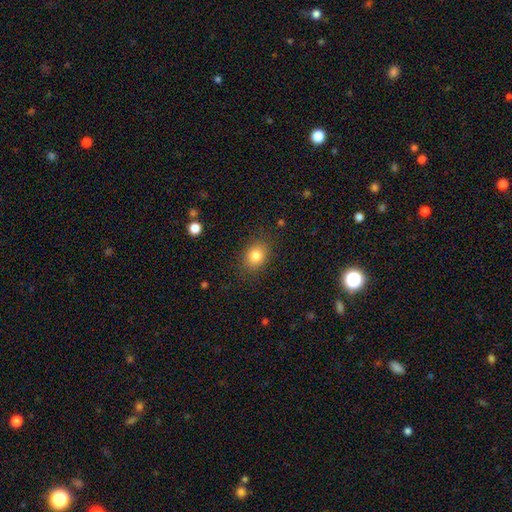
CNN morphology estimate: smooth-or-featured: smooth: 82% | star or artifact: 10% | featured or disk: 7%
  how-rounded: in between: 56% | round: 43% | cigar-shaped: 1%
  merging: none: 85% | minor disturbance: 10% | major disturbance: 3% | merger: 1%